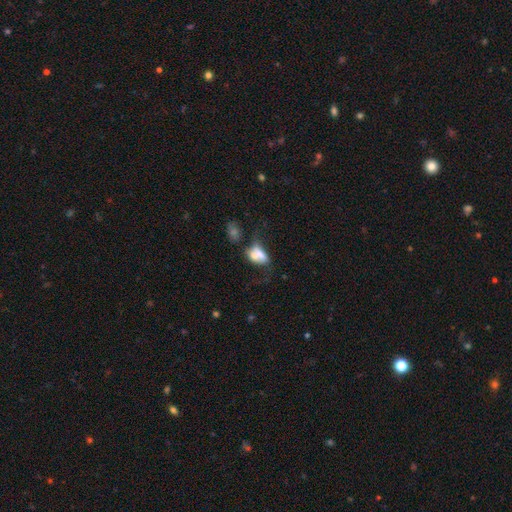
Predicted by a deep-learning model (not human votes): A smooth galaxy with no disk features (60%) that is in between round and cigar-shaped (80%). Merging: merger (48%).